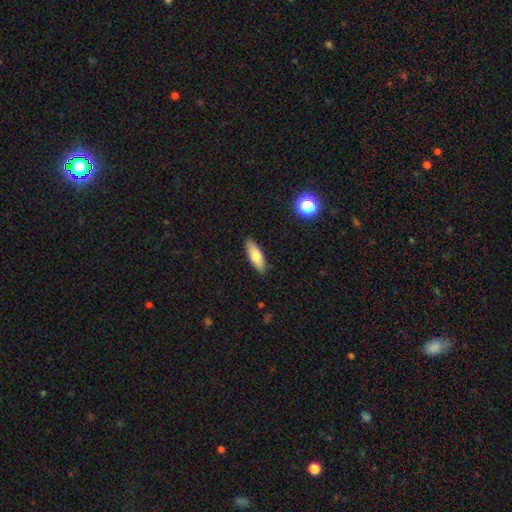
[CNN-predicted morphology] smooth_or_featured: smooth (p=0.73) [alt: featured or disk p=0.20]
how_rounded: in between (p=0.61) [alt: cigar-shaped p=0.37]
merging: none (p=0.89) [alt: minor disturbance p=0.08]